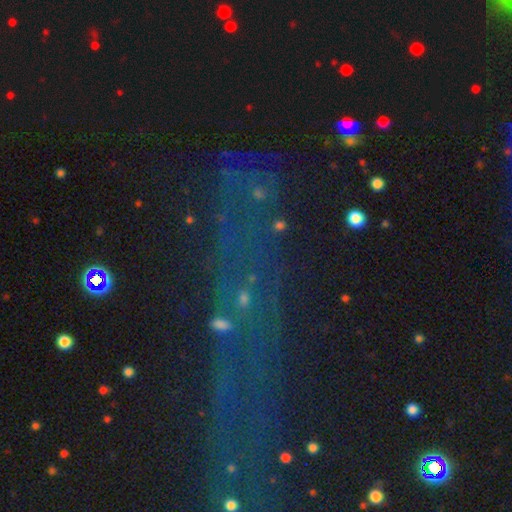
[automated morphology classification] This is possibly a star or artifact rather than a galaxy (55%).